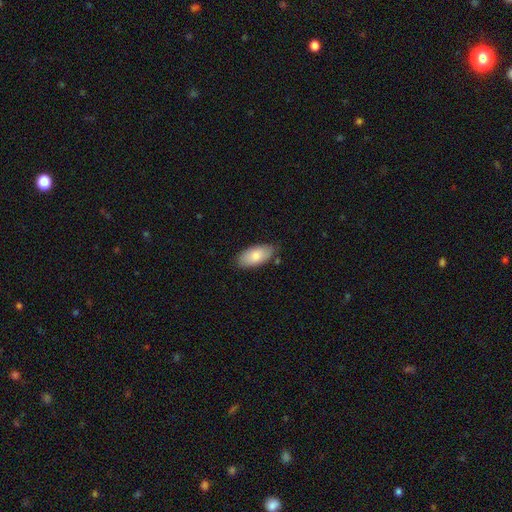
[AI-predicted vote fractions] Overall: smooth (81%). How rounded: in between (93%). Merging: none (79%).